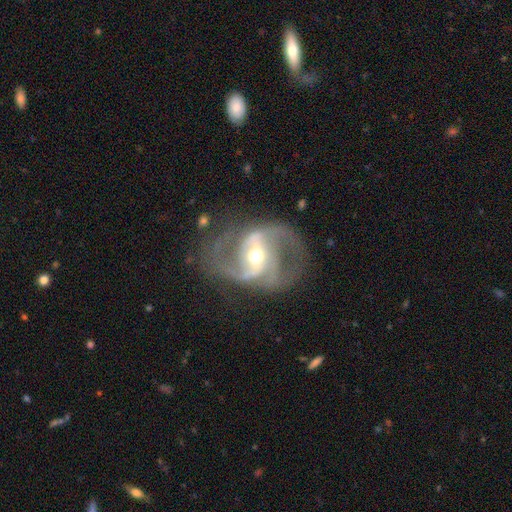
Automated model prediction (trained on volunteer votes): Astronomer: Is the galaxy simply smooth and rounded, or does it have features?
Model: featured or disk — 91%.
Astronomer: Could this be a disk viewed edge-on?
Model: no — 97%.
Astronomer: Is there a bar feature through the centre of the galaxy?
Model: strong — 44% (runner-up: weak, 37%).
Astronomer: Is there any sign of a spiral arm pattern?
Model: yes — 96%.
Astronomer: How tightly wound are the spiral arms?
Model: medium — 54% (runner-up: loose, 32%).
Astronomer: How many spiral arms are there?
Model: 2 — 81%.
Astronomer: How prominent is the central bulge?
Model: moderate — 63%.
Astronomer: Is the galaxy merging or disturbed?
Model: none — 67%.